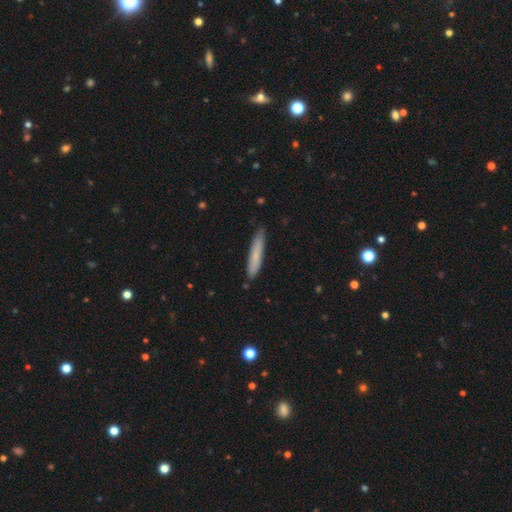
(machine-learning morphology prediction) The model was most divided on "smooth or featured": smooth: 75%, featured or disk: 18%, star or artifact: 6%. More confident: how rounded — cigar-shaped (92%); merging — none (86%).